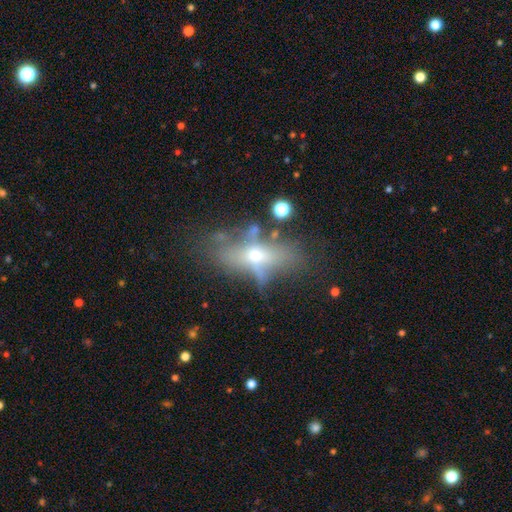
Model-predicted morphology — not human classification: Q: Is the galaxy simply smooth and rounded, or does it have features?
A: featured or disk — 56%.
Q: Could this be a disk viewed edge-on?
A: yes — 51%.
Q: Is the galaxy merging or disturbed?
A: none — 46%.